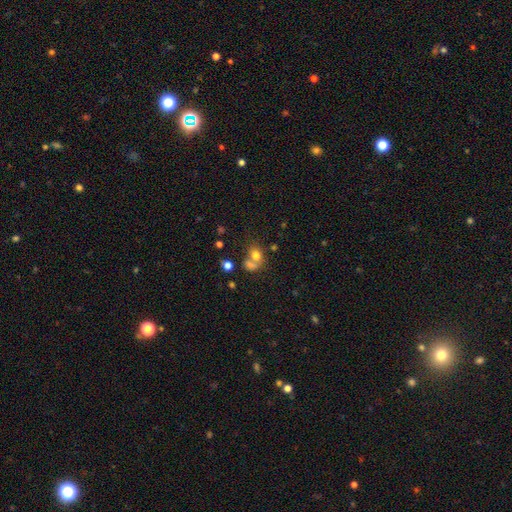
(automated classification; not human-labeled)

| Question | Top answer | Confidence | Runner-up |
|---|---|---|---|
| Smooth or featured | smooth | 73% | featured or disk (14%) |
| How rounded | in between | 50% | round (49%) |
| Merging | merger | 53% | none (32%) |